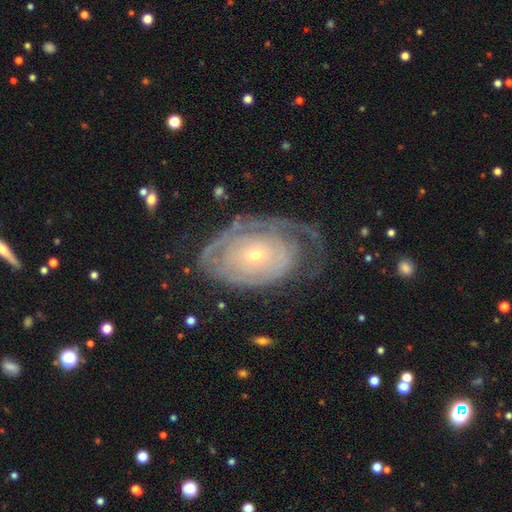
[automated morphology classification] A featured or disk galaxy (78%) with no bar (84%), tight (78%) spiral arms (79%) and a small central bulge (71%). Merging: none (58%).